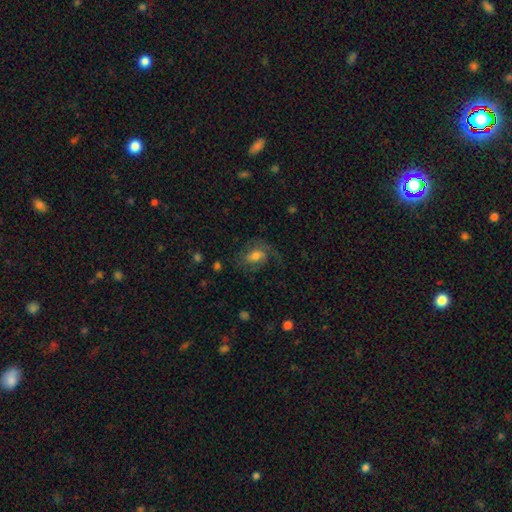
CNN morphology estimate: A featured or disk galaxy (58%) with no bar (45%), spiral arms (88%) and a moderate central bulge (55%).

Vote fractions:
- Smooth or featured? featured or disk: 58% / smooth: 33% / star or artifact: 9%
- Edge-on disk? no: 96% / yes: 4%
- Bar? no: 45% / weak: 43% / strong: 12%
- Spiral arms? yes: 88% / no: 12%
- Bulge size? moderate: 55% / small: 24% / large: 14% / none: 5% / dominant: 2%
- Merging? none: 55% / major disturbance: 24% / minor disturbance: 19% / merger: 2%